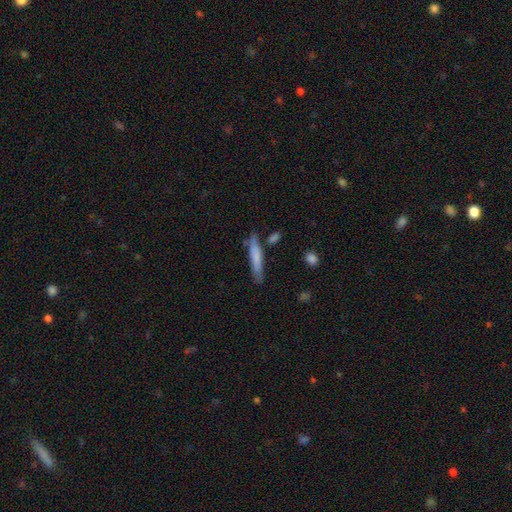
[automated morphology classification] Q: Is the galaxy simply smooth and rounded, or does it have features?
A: smooth — 70%.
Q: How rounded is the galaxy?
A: cigar-shaped — 90%.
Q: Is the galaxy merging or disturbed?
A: none — 75%.